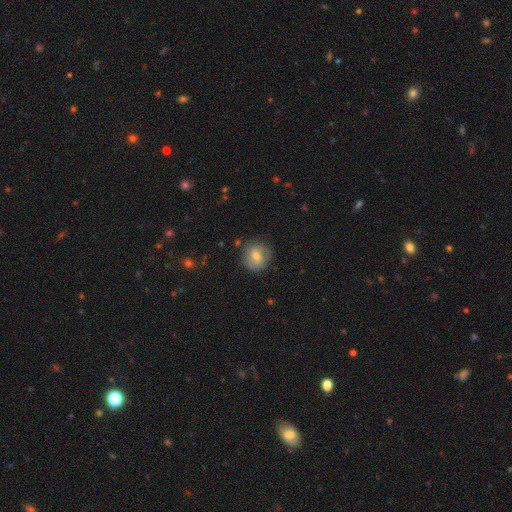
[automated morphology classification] Smooth or featured? smooth (66%)
How rounded? round (90%)
Merging? none (80%)